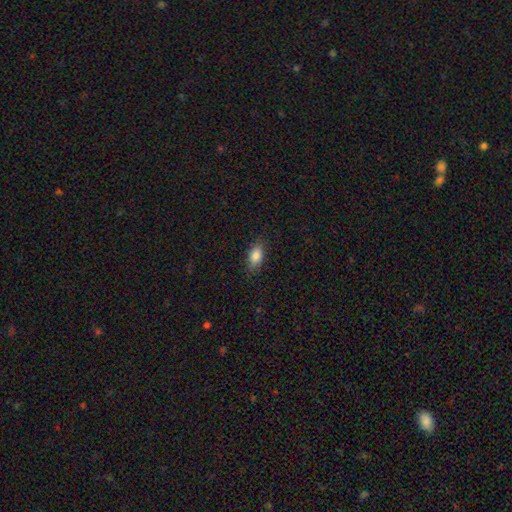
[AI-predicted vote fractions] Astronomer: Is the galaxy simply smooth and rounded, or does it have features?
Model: smooth — 85%.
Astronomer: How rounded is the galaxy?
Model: in between — 88%.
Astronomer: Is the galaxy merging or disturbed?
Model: none — 84%.